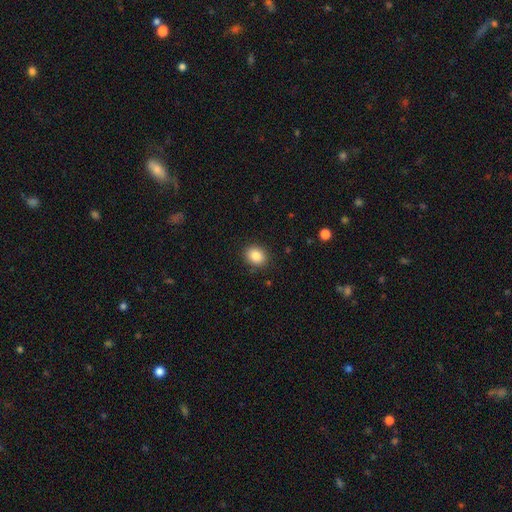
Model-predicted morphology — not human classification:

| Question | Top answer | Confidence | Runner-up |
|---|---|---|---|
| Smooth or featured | smooth | 85% | star or artifact (9%) |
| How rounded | round | 54% | in between (45%) |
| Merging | none | 89% | minor disturbance (8%) |